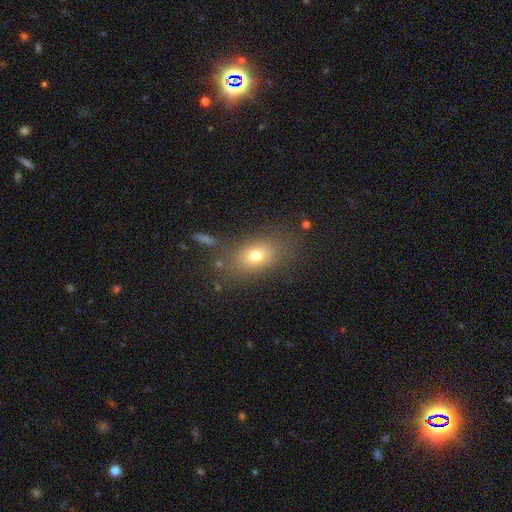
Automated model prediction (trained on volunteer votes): smooth 73%, featured or disk 14%, star or artifact 13%. Down the decision tree: how rounded — in between (78%); merging — none (77%).